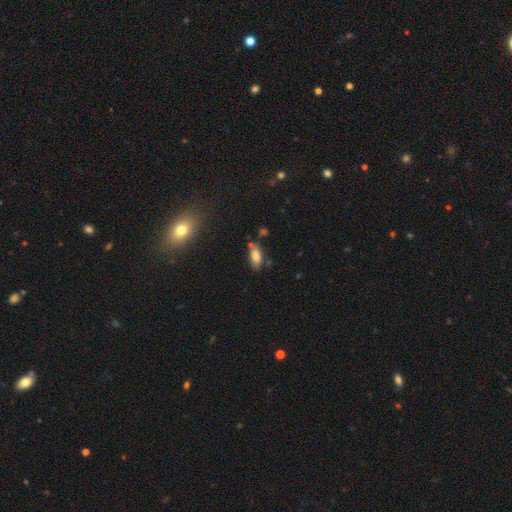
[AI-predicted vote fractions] Overall: smooth (79%). How rounded: in between (86%). Merging: none (64%).